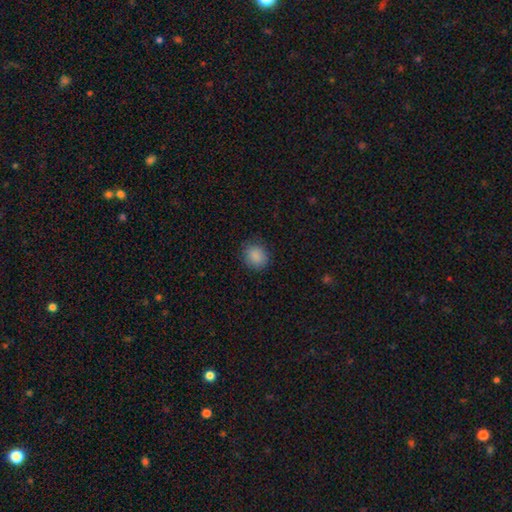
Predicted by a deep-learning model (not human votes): A smooth galaxy with no disk features (87%) that is round (78%). Merging: none (86%).